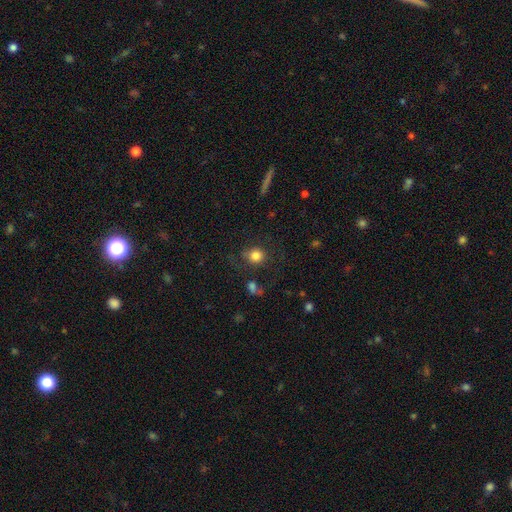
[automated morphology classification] The model was most divided on "merging": none: 69%, minor disturbance: 16%, major disturbance: 11%, merger: 4%. More confident: smooth or featured — smooth (81%); how rounded — round (81%).